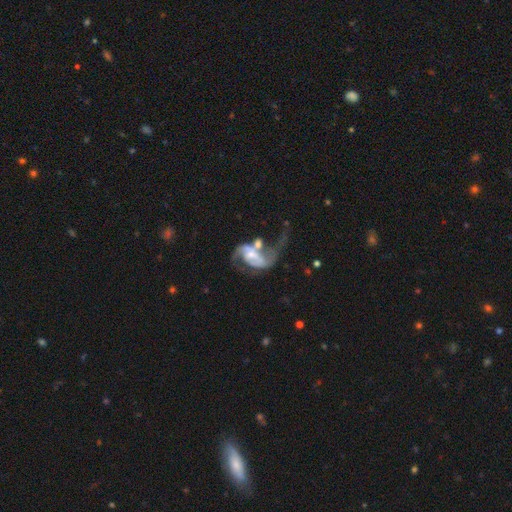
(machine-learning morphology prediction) The model was most divided on "bar": no: 39%, weak: 38%, strong: 22%. Remaining: edge-on disk — no (97%); spiral arms — yes (91%); smooth or featured — featured or disk (83%); spiral arm count — 2 (83%); spiral winding — loose (53%); bulge size — small (46%); merging — merger (33%).